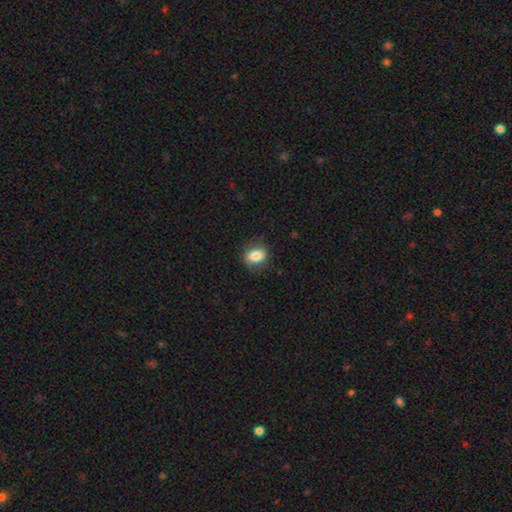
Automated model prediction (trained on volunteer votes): smooth-or-featured: smooth: 82% | featured or disk: 9% | star or artifact: 9%
  how-rounded: in between: 60% | round: 39% | cigar-shaped: 1%
  merging: none: 81% | minor disturbance: 14% | major disturbance: 4% | merger: 1%